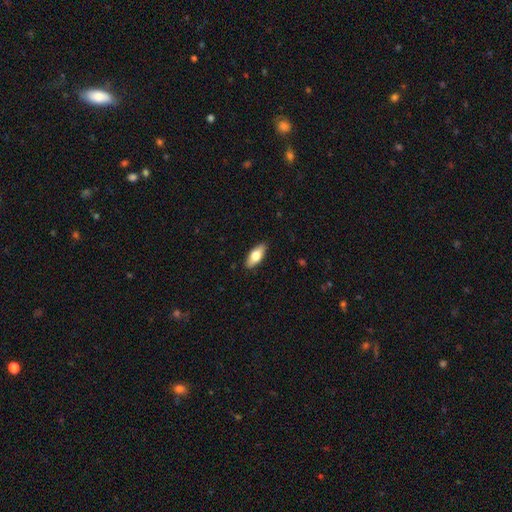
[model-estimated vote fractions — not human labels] This is likely a smooth galaxy (70%). How rounded: clearly in between (80%). Merging: clearly none (89%).